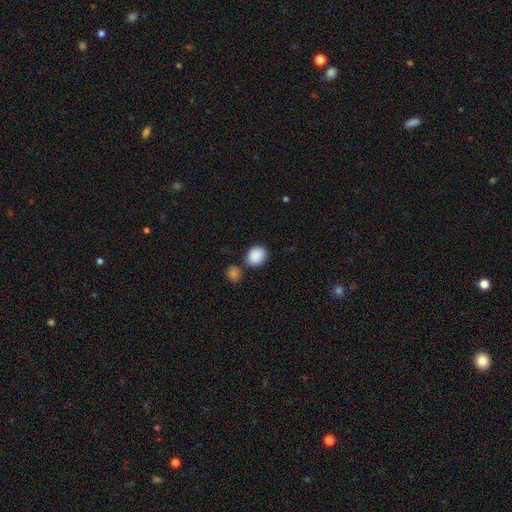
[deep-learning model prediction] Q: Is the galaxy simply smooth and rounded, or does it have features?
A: smooth — 89%.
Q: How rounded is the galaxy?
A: round — 68%.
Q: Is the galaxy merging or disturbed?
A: none — 73%.